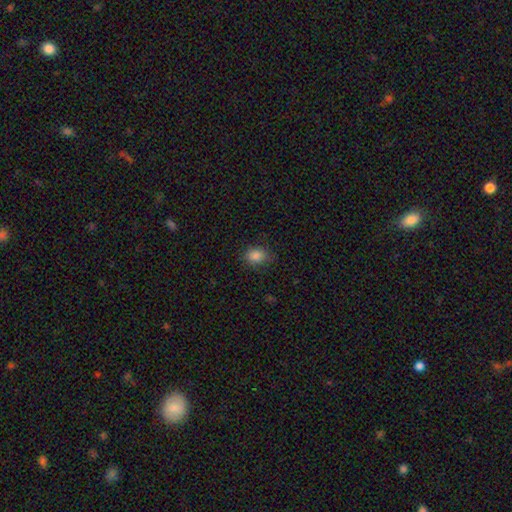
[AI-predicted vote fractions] This appears to be a smooth galaxy with no disk features (85%) that is in between round and cigar-shaped (52%). Merging: none (80%).